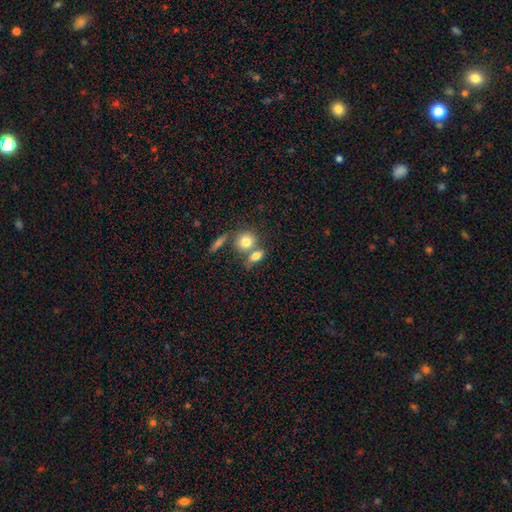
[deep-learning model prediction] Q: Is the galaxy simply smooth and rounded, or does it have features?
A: smooth — 78%.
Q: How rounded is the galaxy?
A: in between — 61%.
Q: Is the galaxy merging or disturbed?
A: merger — 42%, tied with none.